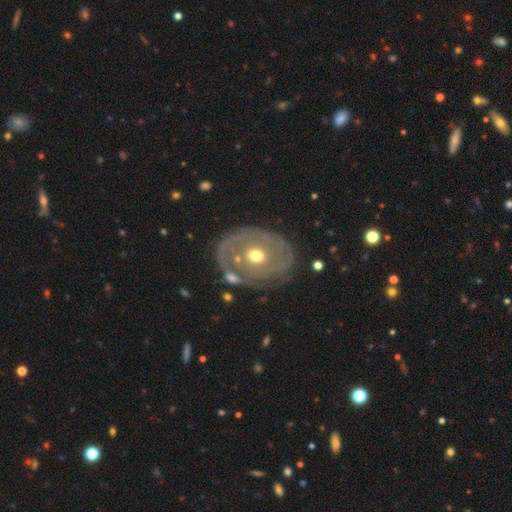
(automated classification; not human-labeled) Overall: featured or disk (76%). Edge-on disk: no (96%). Bar: no (80%). Spiral arms: yes (61%; no 39%). Bulge size: moderate (71%). Merging: none (68%).